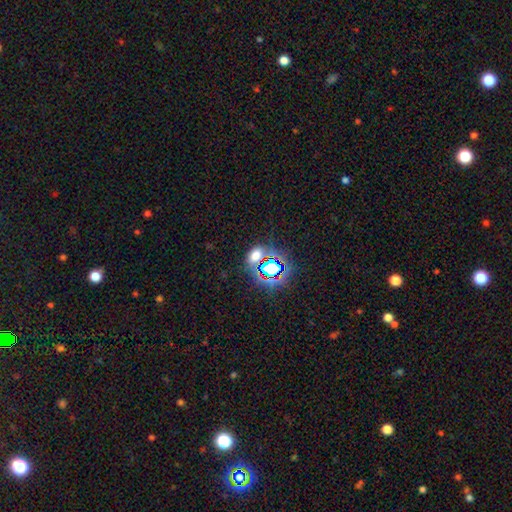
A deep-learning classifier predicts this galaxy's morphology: smooth_or_featured: smooth (p=0.48) [alt: star or artifact p=0.44]
merging: none (p=0.70) [alt: minor disturbance p=0.13]